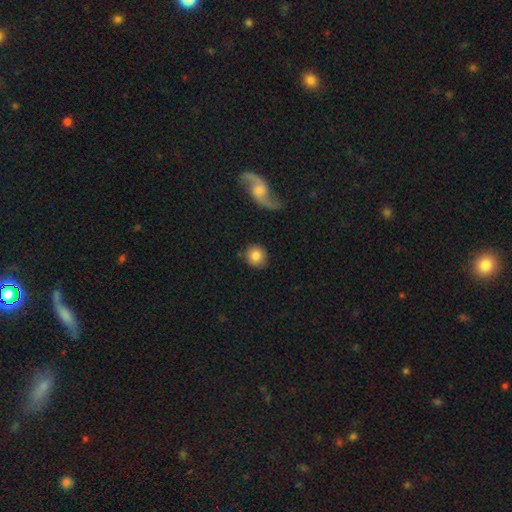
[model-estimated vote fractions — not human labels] This is clearly a smooth galaxy (80%). How rounded: clearly round (90%). Merging: clearly none (83%).